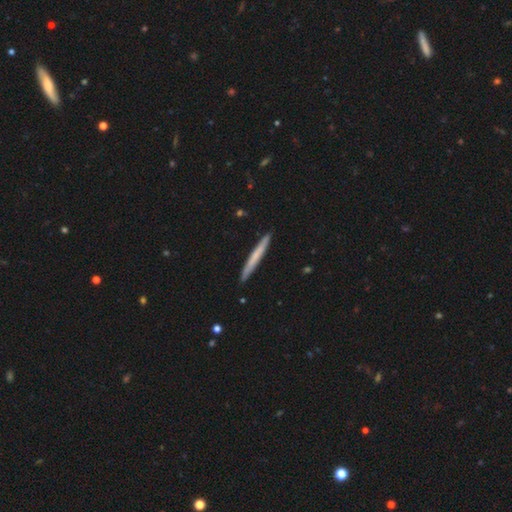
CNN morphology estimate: A smooth galaxy with no disk features (59%) that is cigar-shaped (97%). Merging: none (91%).